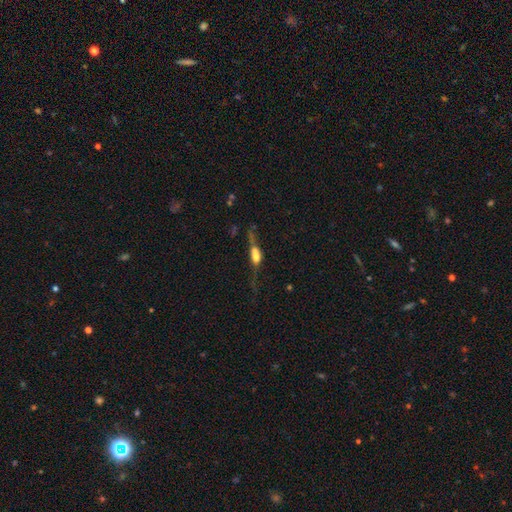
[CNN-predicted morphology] This is possibly a featured or disk galaxy (50%). It is likely viewed edge-on (70%). Merging: marginally none (35%).